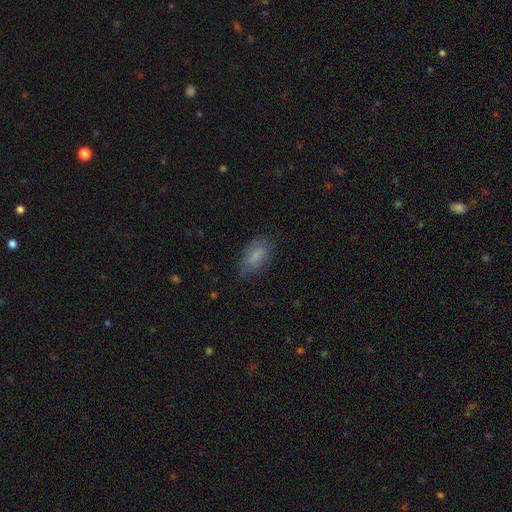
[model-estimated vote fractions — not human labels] The model was most divided on "merging": none: 72%, minor disturbance: 20%, major disturbance: 6%, merger: 1%. More confident: how rounded — in between (86%); smooth or featured — smooth (73%).